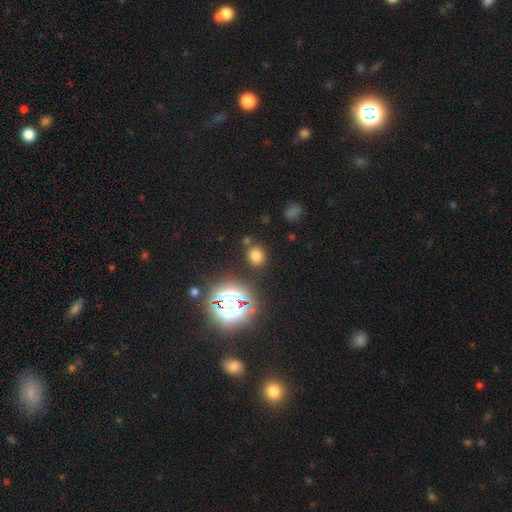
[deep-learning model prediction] Smooth or featured? Predicted: smooth (p=0.69). How rounded? Predicted: round (p=0.75). Merging? Predicted: none (p=0.81).